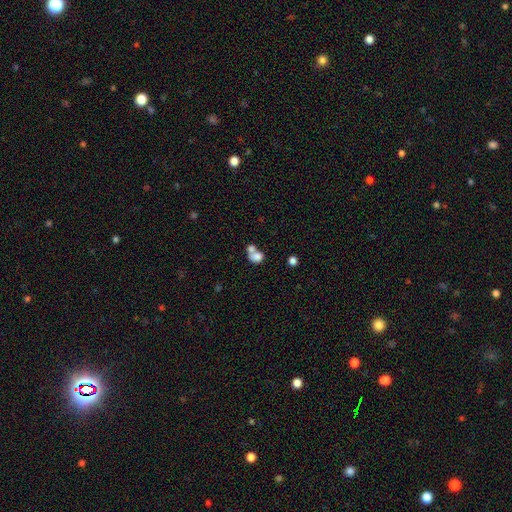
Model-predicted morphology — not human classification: This appears to be a smooth galaxy with no disk features (74%) that is round (52%). Merging: merger (63%).